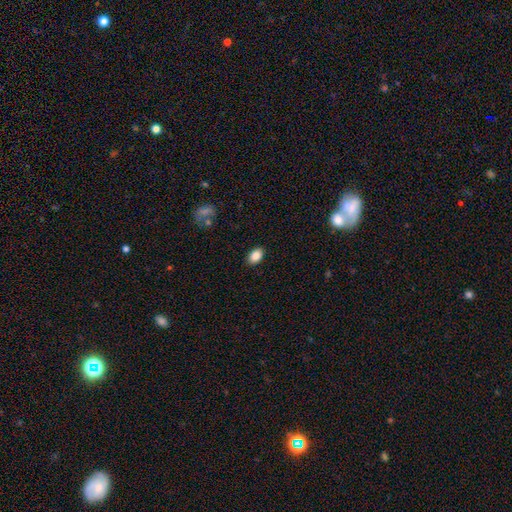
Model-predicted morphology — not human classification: Smooth or featured: smooth — 86% (star or artifact — 8%)
How rounded: in between — 87% (round — 12%)
Merging: none — 88% (minor disturbance — 9%)